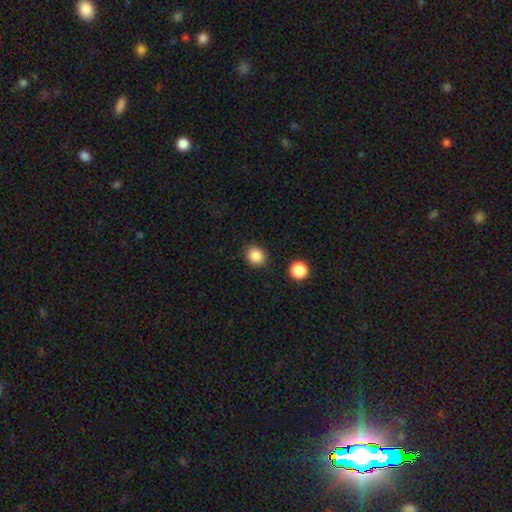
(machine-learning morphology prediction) A smooth galaxy with no disk features (87%) that is round (67%).

Vote fractions:
- Smooth or featured? smooth: 87% / star or artifact: 10% / featured or disk: 4%
- How rounded? round: 67% / in between: 32% / cigar-shaped: 1%
- Merging? none: 86% / minor disturbance: 9% / merger: 3% / major disturbance: 3%